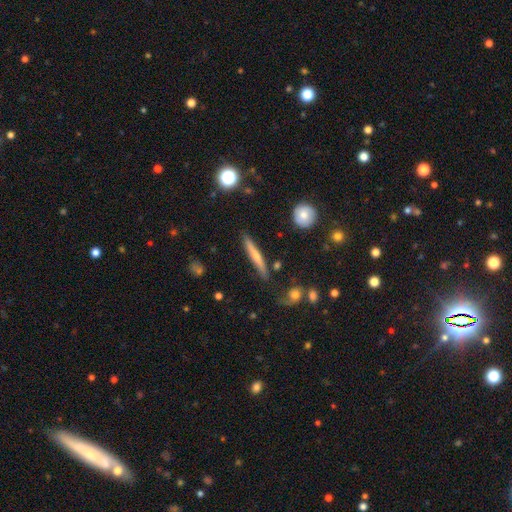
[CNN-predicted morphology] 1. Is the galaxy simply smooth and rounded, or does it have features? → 52% smooth, 42% featured or disk, 6% star or artifact.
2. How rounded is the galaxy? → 93% cigar-shaped, 5% in between, 2% round.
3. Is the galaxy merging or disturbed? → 84% none, 12% minor disturbance, 3% major disturbance, 2% merger.